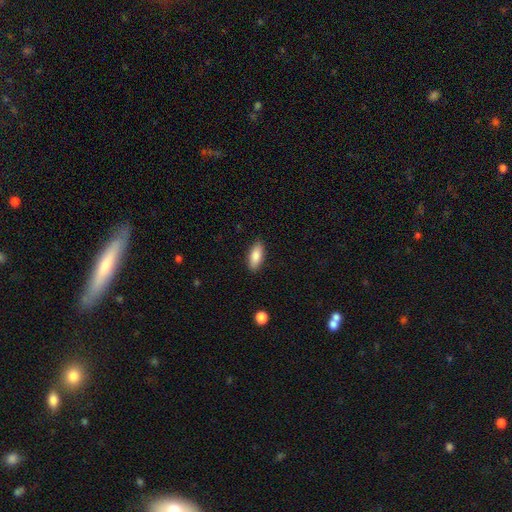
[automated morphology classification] type=smooth (86%); roundness=in between (84%); merging=none (88%).